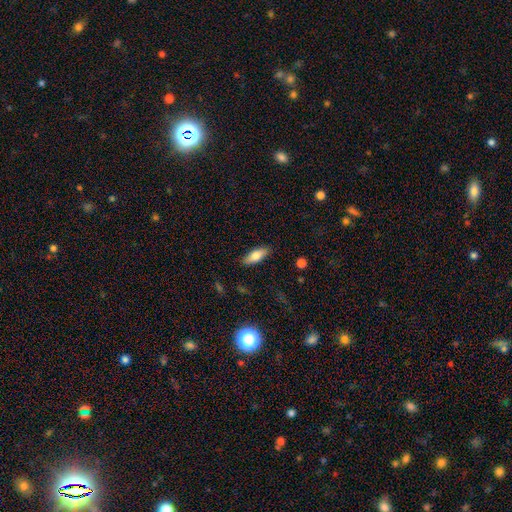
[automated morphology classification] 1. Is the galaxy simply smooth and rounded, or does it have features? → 75% smooth, 18% featured or disk, 7% star or artifact.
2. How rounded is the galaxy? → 67% in between, 30% cigar-shaped, 2% round.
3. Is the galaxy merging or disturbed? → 86% none, 10% minor disturbance, 2% major disturbance, 1% merger.